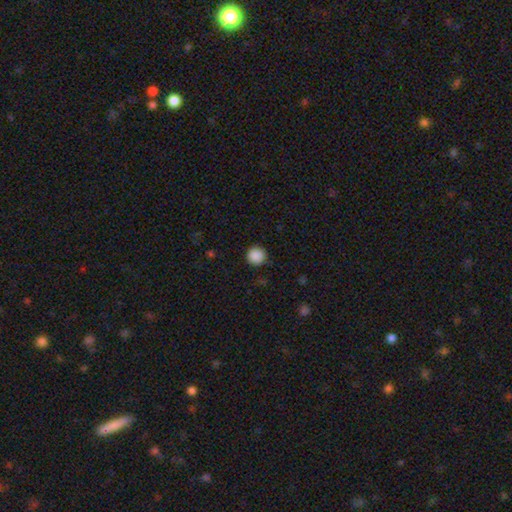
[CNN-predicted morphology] Smooth or featured? smooth (88%)
How rounded? round (95%)
Merging? none (90%)